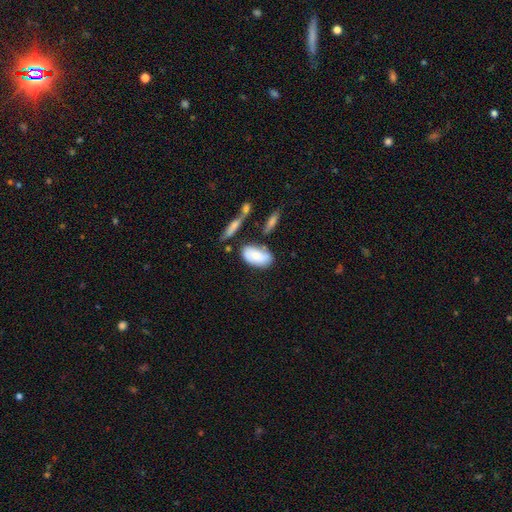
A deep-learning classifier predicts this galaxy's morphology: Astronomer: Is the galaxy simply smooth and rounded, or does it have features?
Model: smooth — 78%.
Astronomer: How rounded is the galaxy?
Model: in between — 93%.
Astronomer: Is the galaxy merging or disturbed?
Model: none — 56%.